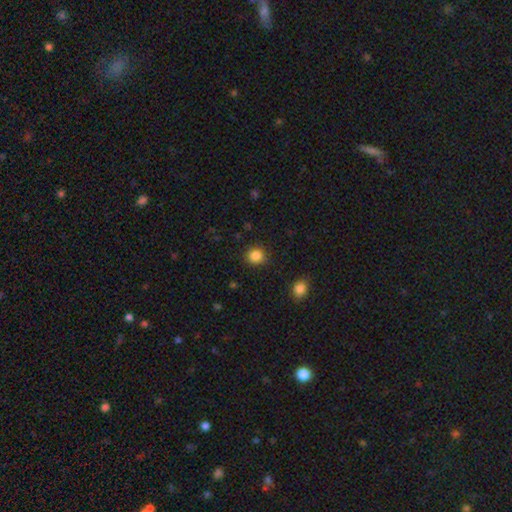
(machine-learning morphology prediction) Smooth or featured?
  - smooth: 85% *
  - star or artifact: 11%
  - featured or disk: 4%
How rounded?
  - round: 85% *
  - in between: 14%
  - cigar-shaped: 1%
Merging?
  - none: 89% *
  - minor disturbance: 7%
  - major disturbance: 2%
  - merger: 1%